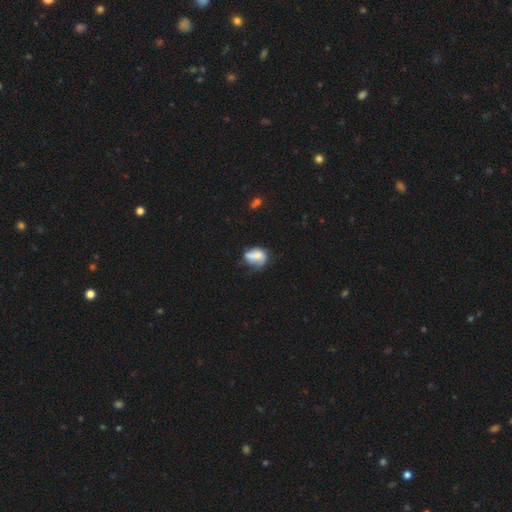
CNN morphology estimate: A smooth galaxy with no disk features (52%) that is in between round and cigar-shaped (61%).

Vote fractions:
- Smooth or featured? smooth: 52% / featured or disk: 39% / star or artifact: 9%
- How rounded? in between: 61% / round: 37% / cigar-shaped: 2%
- Merging? none: 34% / minor disturbance: 29% / major disturbance: 23% / merger: 14%